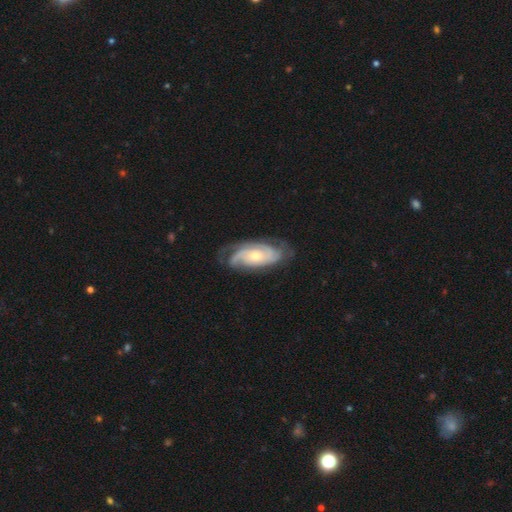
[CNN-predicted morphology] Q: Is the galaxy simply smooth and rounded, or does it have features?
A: featured or disk — 85%.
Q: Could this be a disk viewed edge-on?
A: no — 94%.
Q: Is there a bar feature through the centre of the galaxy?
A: no — 71%.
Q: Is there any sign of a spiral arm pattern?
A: yes — 96%.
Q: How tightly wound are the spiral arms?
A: tight — 58%.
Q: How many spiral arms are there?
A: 2 — 35%.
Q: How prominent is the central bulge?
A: moderate — 57%.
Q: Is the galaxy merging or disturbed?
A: none — 71%.